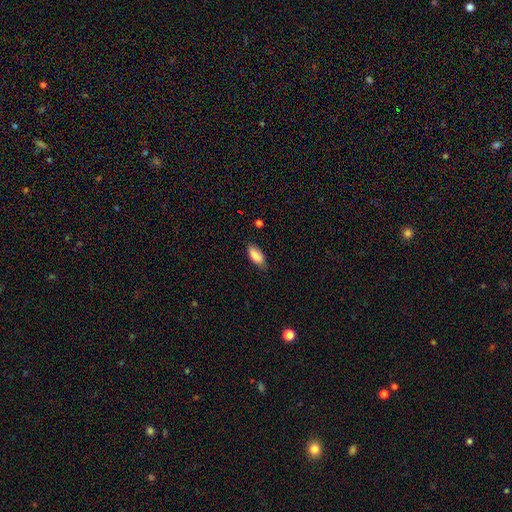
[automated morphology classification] This is clearly a smooth galaxy (87%). How rounded: clearly in between (86%). Merging: likely none (76%).